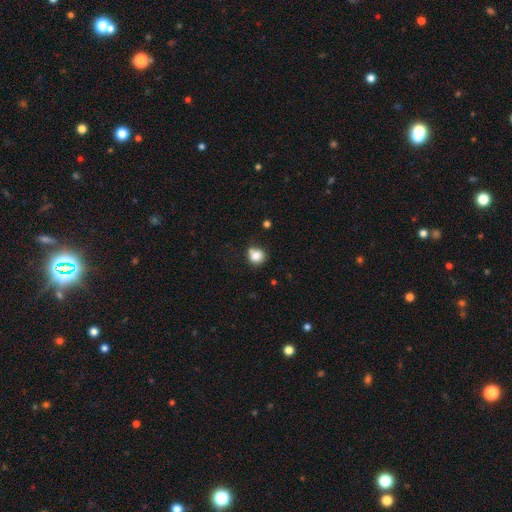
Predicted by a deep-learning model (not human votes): This appears to be a smooth galaxy with no disk features (81%) that is round (87%). Merging: none (64%).